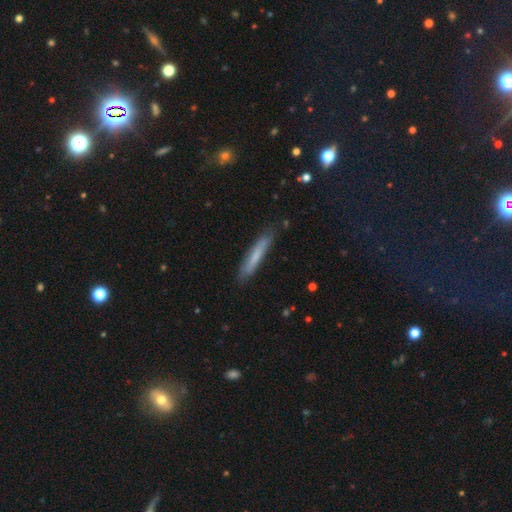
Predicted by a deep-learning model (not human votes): smooth-or-featured: smooth: 65% | featured or disk: 28% | star or artifact: 7%
  how-rounded: cigar-shaped: 92% | in between: 7% | round: 1%
  merging: none: 81% | minor disturbance: 14% | major disturbance: 3% | merger: 2%